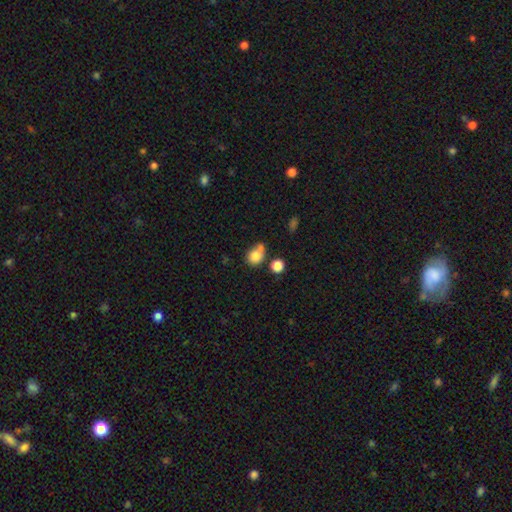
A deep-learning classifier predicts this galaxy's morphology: smooth_or_featured: smooth (p=0.81) [alt: star or artifact p=0.11]
how_rounded: round (p=0.72) [alt: in between p=0.27]
merging: none (p=0.48) [alt: merger p=0.28]